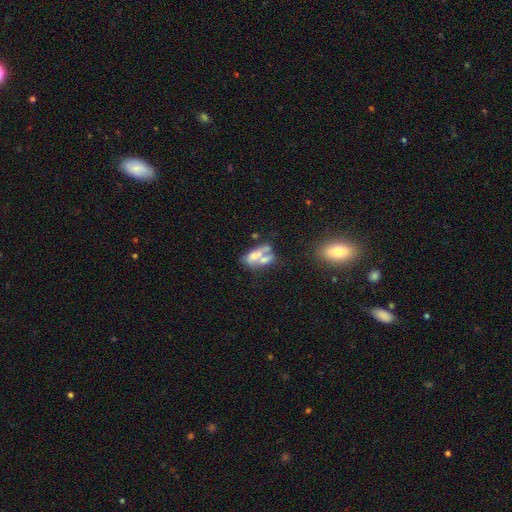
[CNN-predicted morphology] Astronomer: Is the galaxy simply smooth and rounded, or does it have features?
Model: smooth — 48% (runner-up: featured or disk, 41%).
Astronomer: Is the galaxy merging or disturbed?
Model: merger — 57%.